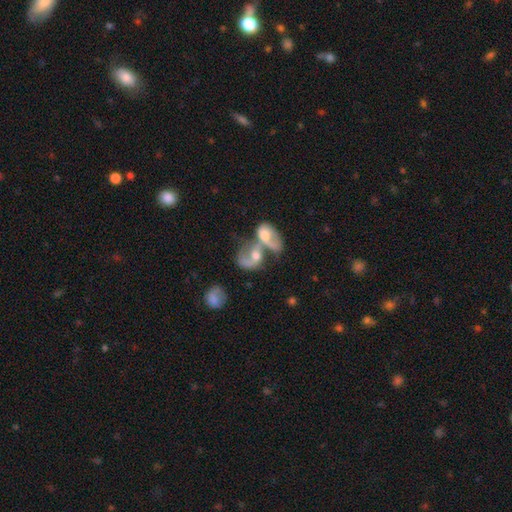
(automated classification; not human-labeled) Smooth or featured: featured or disk — 58% (smooth — 34%)
Edge-on disk: no — 96% (yes — 4%)
Bar: no — 63% (weak — 29%)
Spiral arms: yes — 72% (no — 28%)
Bulge size: moderate — 62% (small — 20%)
Merging: merger — 74% (none — 11%)